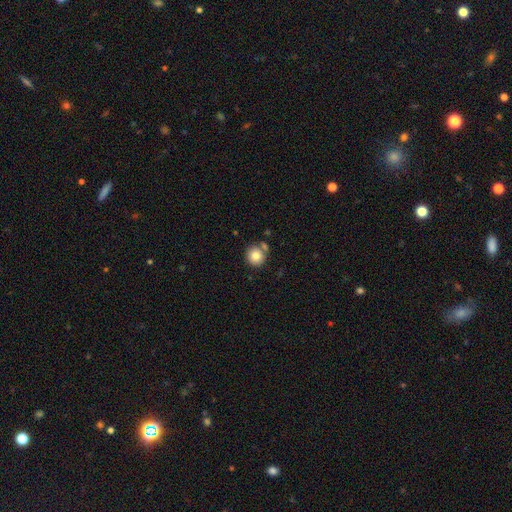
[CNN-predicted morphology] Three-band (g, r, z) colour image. It shows a smooth galaxy with no disk features (82%) that is round (93%). Merging: none (73%).